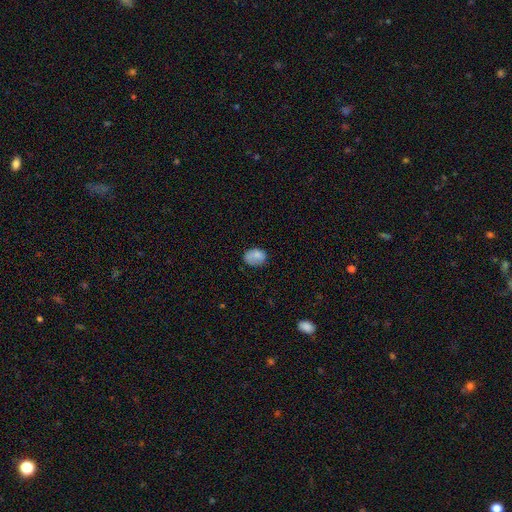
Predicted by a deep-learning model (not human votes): Morphology: type=smooth (80%); roundness=in between (70%); merging=none (59%).